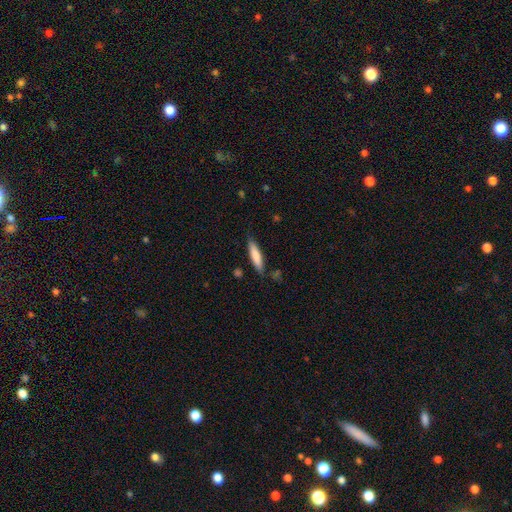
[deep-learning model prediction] smooth-or-featured: smooth: 78% | featured or disk: 16% | star or artifact: 6%
  how-rounded: cigar-shaped: 81% | in between: 18% | round: 1%
  merging: none: 83% | minor disturbance: 13% | major disturbance: 2% | merger: 2%